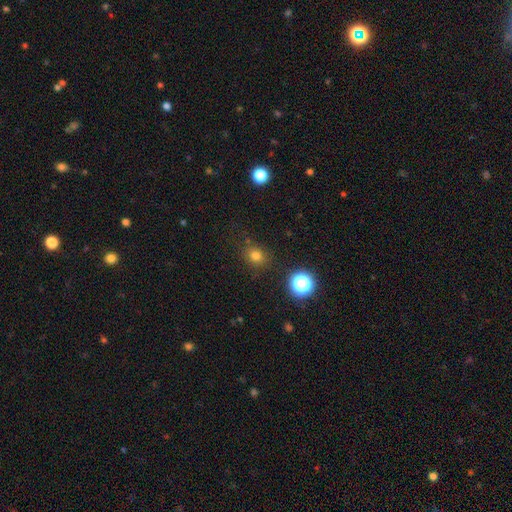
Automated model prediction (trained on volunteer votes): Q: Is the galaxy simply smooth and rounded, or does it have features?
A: smooth — 74%.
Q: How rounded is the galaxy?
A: round — 72%.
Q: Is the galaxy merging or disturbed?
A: none — 83%.